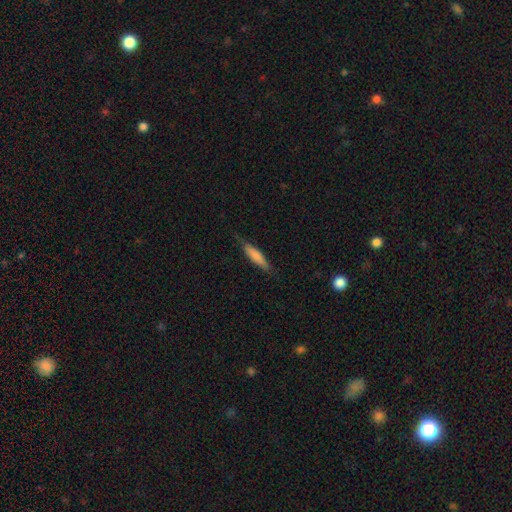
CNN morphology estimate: Overall: smooth (75%). How rounded: cigar-shaped (81%). Merging: none (79%).